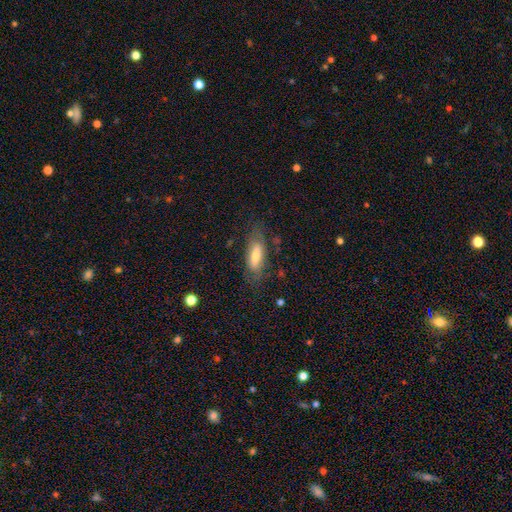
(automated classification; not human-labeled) Smooth or featured?
  - smooth: 51% *
  - featured or disk: 40%
  - star or artifact: 9%
How rounded?
  - in between: 62% *
  - cigar-shaped: 35%
  - round: 2%
Merging?
  - none: 70% *
  - minor disturbance: 19%
  - major disturbance: 9%
  - merger: 2%